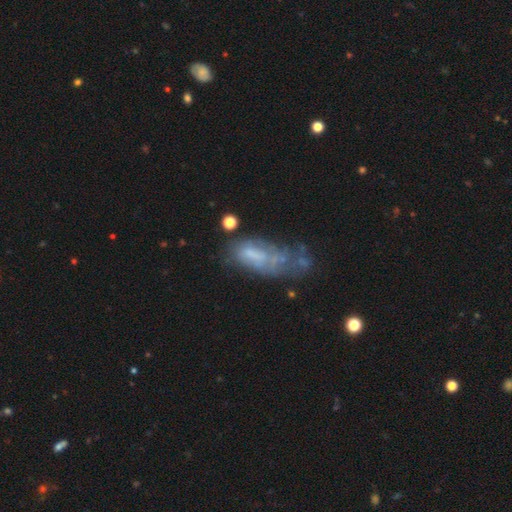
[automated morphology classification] smooth-or-featured: featured or disk: 45% | smooth: 41% | star or artifact: 14%
  merging: major disturbance: 34% | none: 25% | minor disturbance: 24% | merger: 17%